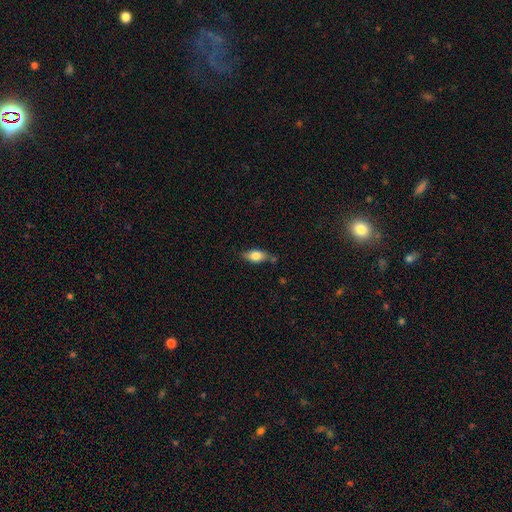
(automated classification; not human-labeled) A smooth galaxy with no disk features (77%) that is in between round and cigar-shaped (84%). Merging: none (70%).